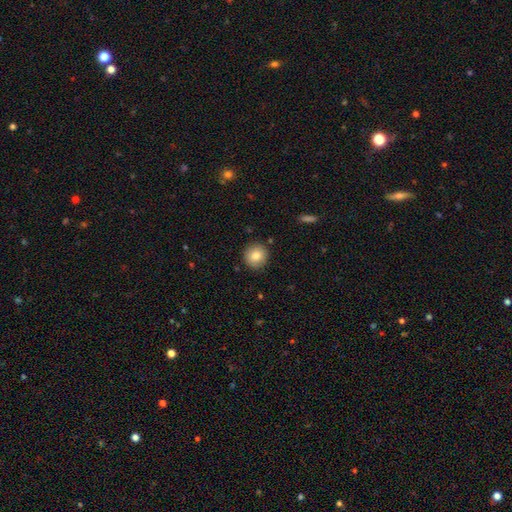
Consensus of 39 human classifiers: A smooth galaxy with no disk features (95%) that is round (95%). Merging: none (97%).